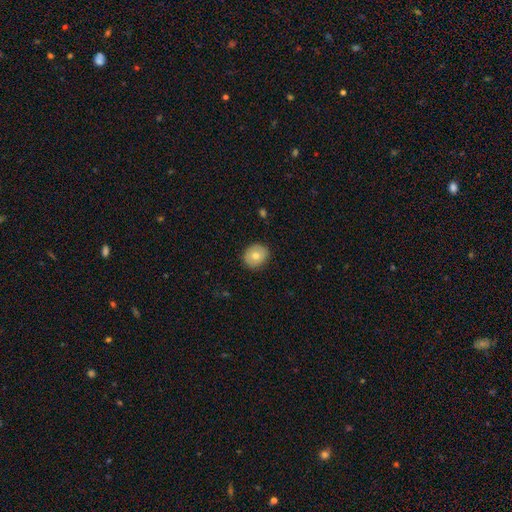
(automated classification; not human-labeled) smooth_or_featured: smooth (p=0.74) [alt: featured or disk p=0.19]
how_rounded: round (p=0.72) [alt: in between p=0.27]
merging: none (p=0.88) [alt: minor disturbance p=0.09]